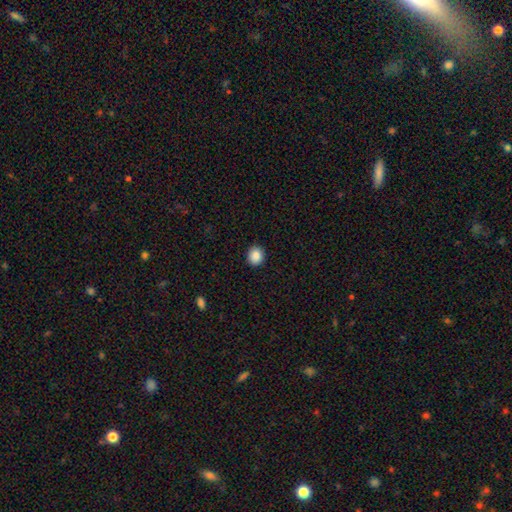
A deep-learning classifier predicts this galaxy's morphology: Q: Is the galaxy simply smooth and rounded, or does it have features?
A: smooth — 88%.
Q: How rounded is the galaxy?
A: round — 81%.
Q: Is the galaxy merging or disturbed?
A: none — 92%.